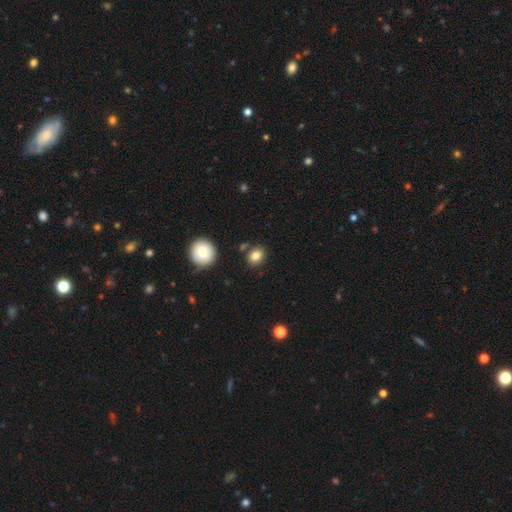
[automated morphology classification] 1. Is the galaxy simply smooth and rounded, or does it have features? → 82% smooth, 10% star or artifact, 7% featured or disk.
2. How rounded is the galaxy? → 50% round, 49% in between, 1% cigar-shaped.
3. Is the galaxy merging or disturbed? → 82% none, 10% minor disturbance, 5% merger, 3% major disturbance.